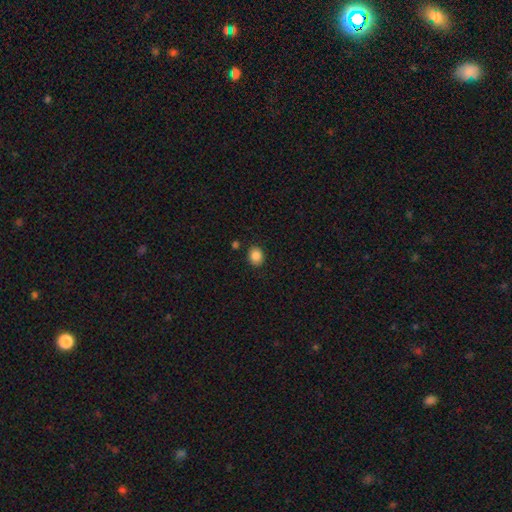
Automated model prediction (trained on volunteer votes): smooth_or_featured: smooth (p=0.87) [alt: star or artifact p=0.09]
how_rounded: round (p=0.62) [alt: in between p=0.37]
merging: none (p=0.86) [alt: minor disturbance p=0.09]